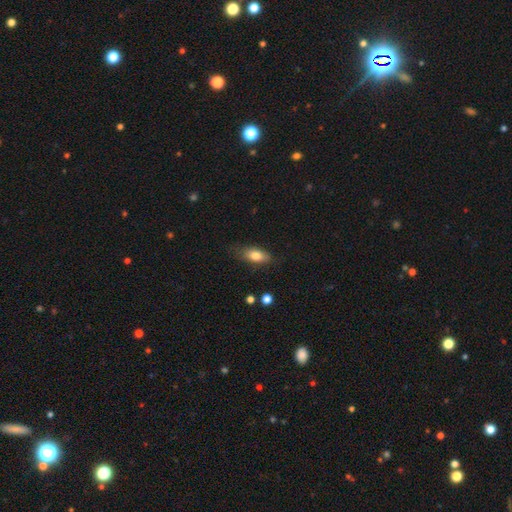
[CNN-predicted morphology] A smooth galaxy with no disk features (79%) that is in between round and cigar-shaped (84%).

Vote fractions:
- Smooth or featured? smooth: 79% / featured or disk: 14% / star or artifact: 7%
- How rounded? in between: 84% / cigar-shaped: 11% / round: 5%
- Merging? none: 72% / minor disturbance: 21% / major disturbance: 5% / merger: 2%